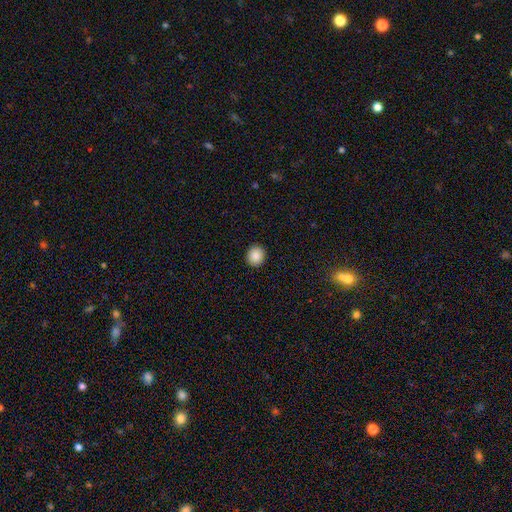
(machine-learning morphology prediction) A smooth galaxy with no disk features (87%) that is round (87%).

Vote fractions:
- Smooth or featured? smooth: 87% / star or artifact: 9% / featured or disk: 4%
- How rounded? round: 87% / in between: 12% / cigar-shaped: 1%
- Merging? none: 93% / minor disturbance: 5% / major disturbance: 2% / merger: 1%